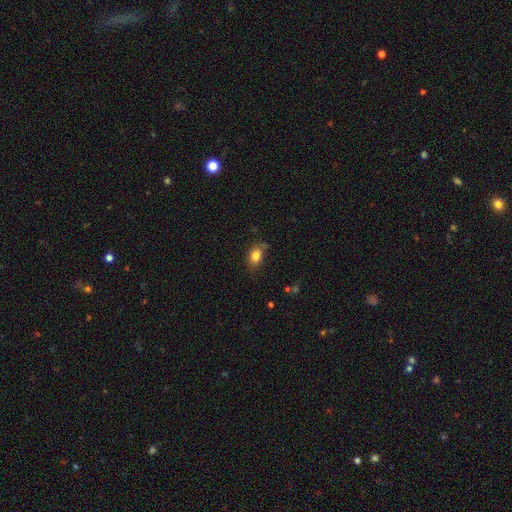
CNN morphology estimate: A smooth galaxy with no disk features (83%) that is in between round and cigar-shaped (76%). Merging: none (66%).